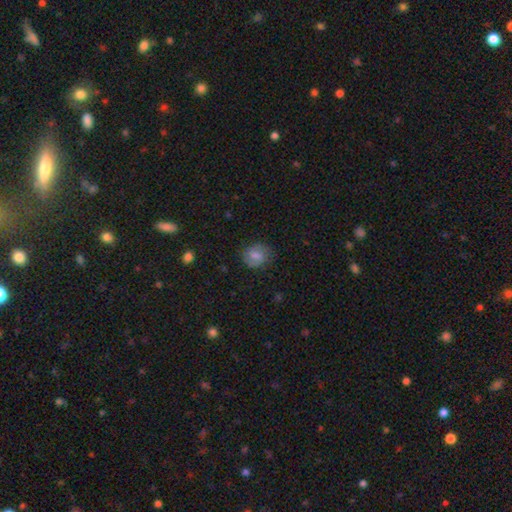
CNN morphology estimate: The model was most divided on "how rounded": round: 63%, in between: 36%, cigar-shaped: 1%. More confident: merging — none (71%); smooth or featured — smooth (62%).